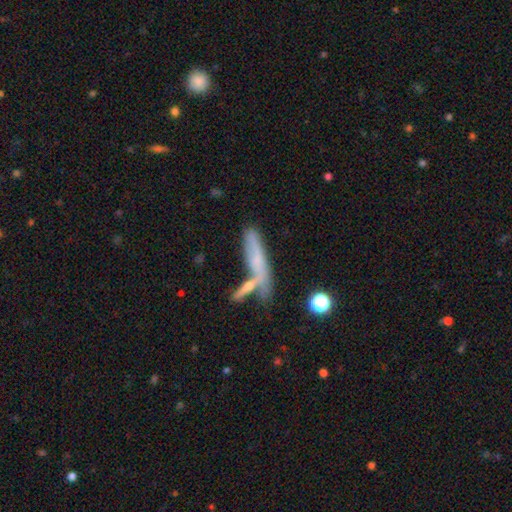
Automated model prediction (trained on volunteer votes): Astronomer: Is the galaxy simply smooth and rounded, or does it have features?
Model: smooth — 56% (runner-up: featured or disk, 34%).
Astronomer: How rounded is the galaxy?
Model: cigar-shaped — 75%.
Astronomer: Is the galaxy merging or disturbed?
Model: none — 40% (runner-up: merger, 35%).